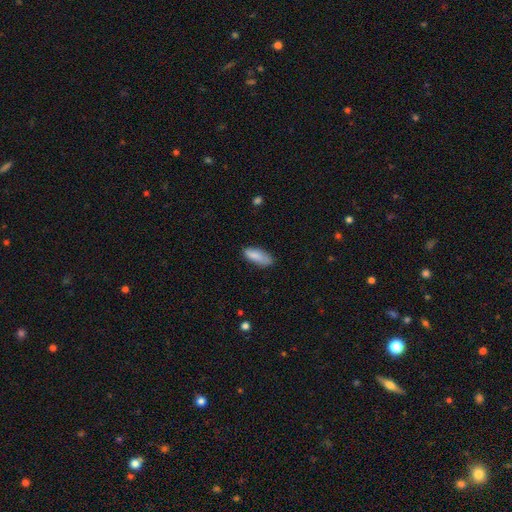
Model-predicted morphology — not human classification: smooth-or-featured: smooth: 85% | featured or disk: 8% | star or artifact: 7%
  how-rounded: in between: 75% | cigar-shaped: 23% | round: 2%
  merging: none: 67% | minor disturbance: 25% | major disturbance: 5% | merger: 2%